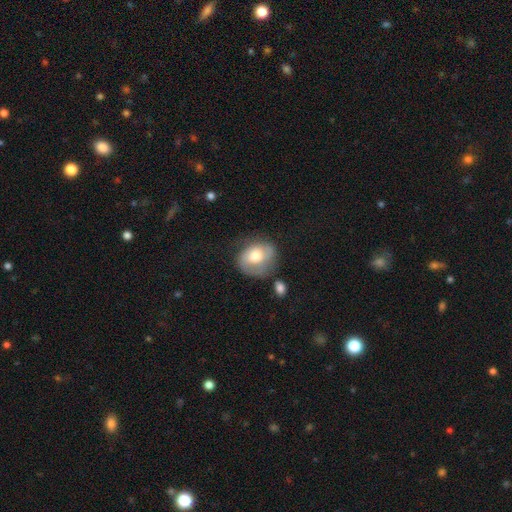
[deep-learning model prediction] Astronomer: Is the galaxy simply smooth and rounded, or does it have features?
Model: smooth — 61%.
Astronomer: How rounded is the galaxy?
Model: round — 61% (runner-up: in between, 38%).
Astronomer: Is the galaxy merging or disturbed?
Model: none — 50% (runner-up: minor disturbance, 29%).